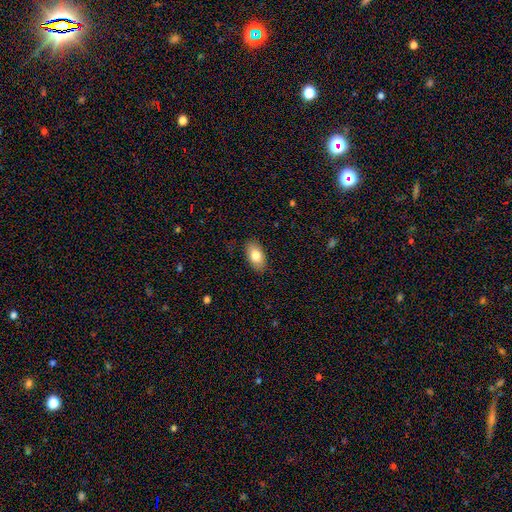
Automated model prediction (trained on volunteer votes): Smooth or featured?
  - smooth: 81% *
  - featured or disk: 12%
  - star or artifact: 7%
How rounded?
  - in between: 93% *
  - round: 4%
  - cigar-shaped: 3%
Merging?
  - none: 86% *
  - minor disturbance: 11%
  - major disturbance: 3%
  - merger: 1%